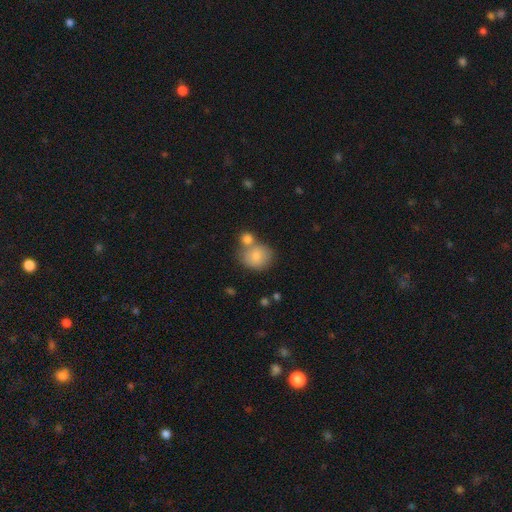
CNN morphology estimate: This appears to be a smooth galaxy with no disk features (81%) that is round (75%). Merging: none (46%).